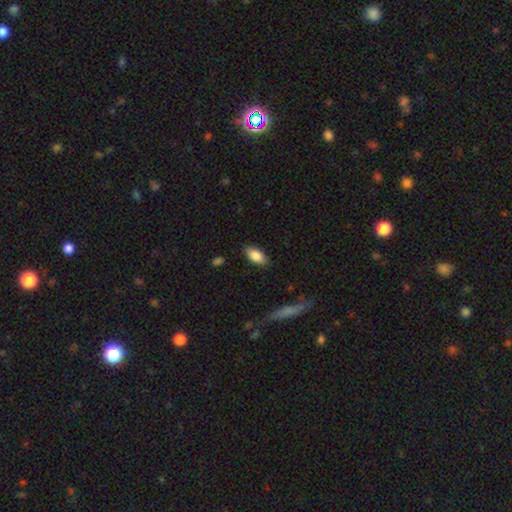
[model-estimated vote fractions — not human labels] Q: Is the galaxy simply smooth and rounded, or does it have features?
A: smooth — 85%.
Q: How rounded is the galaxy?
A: in between — 91%.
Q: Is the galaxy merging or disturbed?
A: none — 86%.